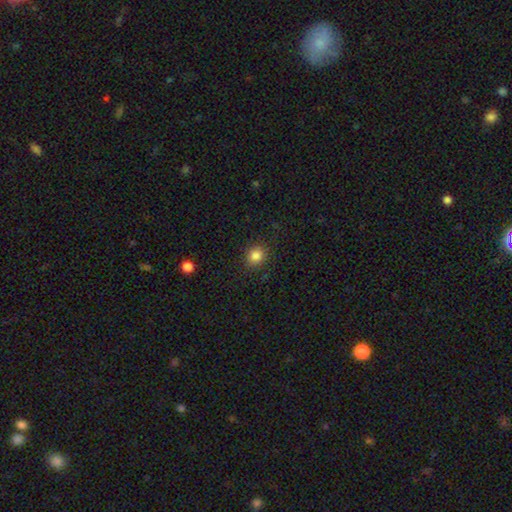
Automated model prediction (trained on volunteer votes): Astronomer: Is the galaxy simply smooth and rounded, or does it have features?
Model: smooth — 84%.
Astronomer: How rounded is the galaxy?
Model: round — 77%.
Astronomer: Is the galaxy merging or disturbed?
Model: none — 88%.